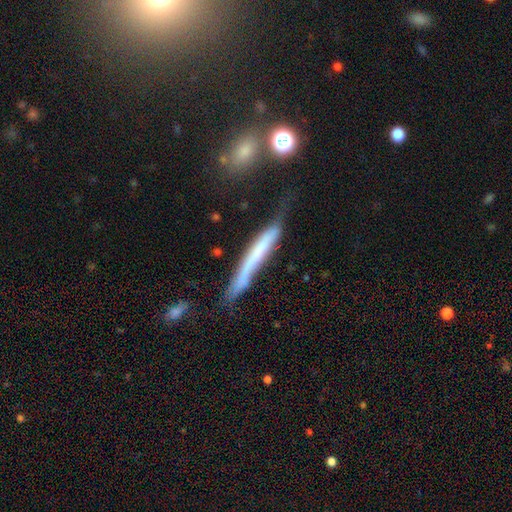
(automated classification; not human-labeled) The model was most divided on "smooth or featured": smooth: 50%, featured or disk: 43%, star or artifact: 8%. Remaining: merging — none (50%).